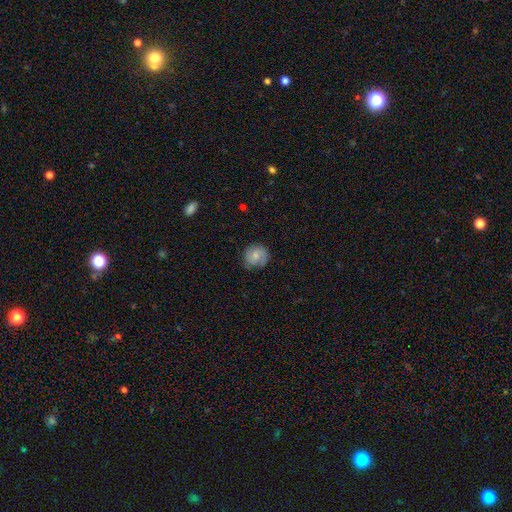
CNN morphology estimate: smooth_or_featured: smooth (p=0.63) [alt: featured or disk p=0.29]
how_rounded: round (p=0.80) [alt: in between p=0.19]
merging: none (p=0.67) [alt: minor disturbance p=0.24]